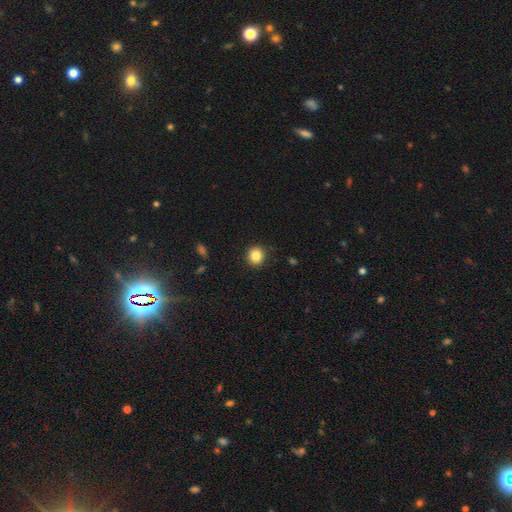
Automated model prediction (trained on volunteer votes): smooth-or-featured: smooth: 85% | star or artifact: 10% | featured or disk: 5%
  how-rounded: round: 88% | in between: 11% | cigar-shaped: 1%
  merging: none: 91% | minor disturbance: 6% | major disturbance: 2% | merger: 1%